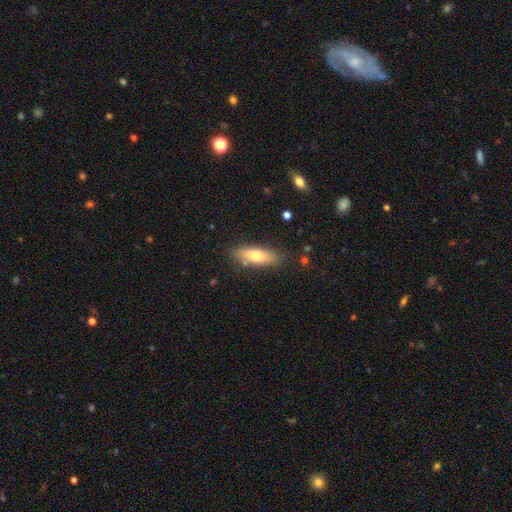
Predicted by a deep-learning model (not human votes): Smooth or featured: smooth — 69% (featured or disk — 25%)
How rounded: in between — 57% (cigar-shaped — 40%)
Merging: none — 83% (minor disturbance — 12%)